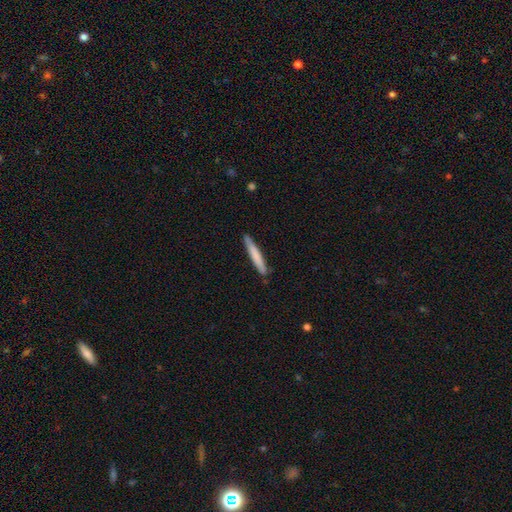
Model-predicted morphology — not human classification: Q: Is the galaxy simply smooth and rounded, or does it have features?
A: smooth — 73%.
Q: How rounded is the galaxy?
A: cigar-shaped — 95%.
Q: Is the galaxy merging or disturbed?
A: none — 85%.